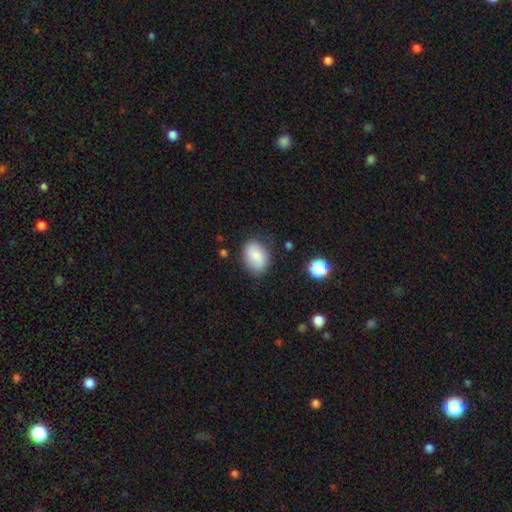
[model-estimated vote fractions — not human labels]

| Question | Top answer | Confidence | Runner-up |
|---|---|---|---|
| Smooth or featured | smooth | 81% | featured or disk (11%) |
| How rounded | in between | 81% | round (18%) |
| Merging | none | 75% | minor disturbance (18%) |